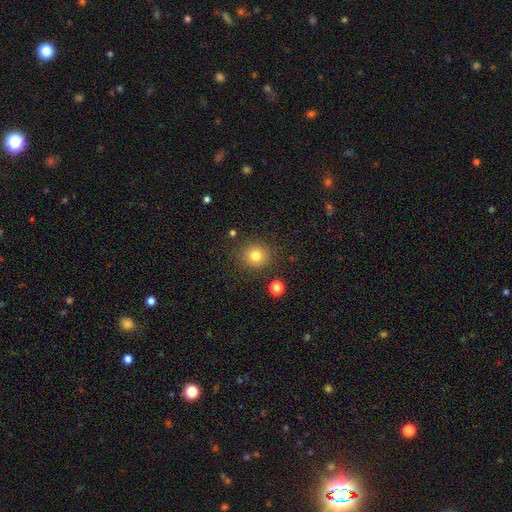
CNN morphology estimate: Smooth or featured?
  - smooth: 80% *
  - star or artifact: 13%
  - featured or disk: 7%
How rounded?
  - round: 87% *
  - in between: 12%
  - cigar-shaped: 1%
Merging?
  - none: 86% *
  - minor disturbance: 8%
  - major disturbance: 3%
  - merger: 3%